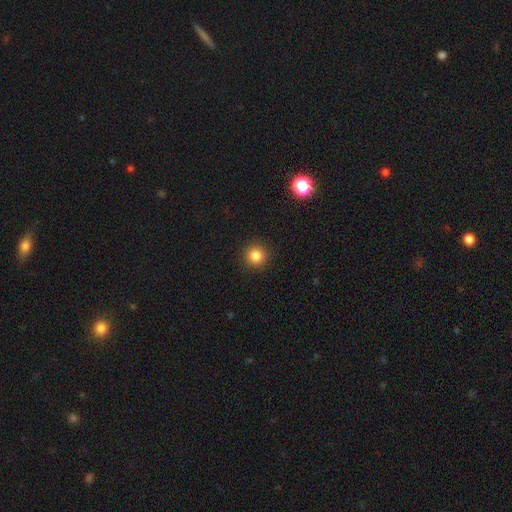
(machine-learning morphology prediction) A smooth galaxy with no disk features (84%) that is round (95%). Merging: none (92%).